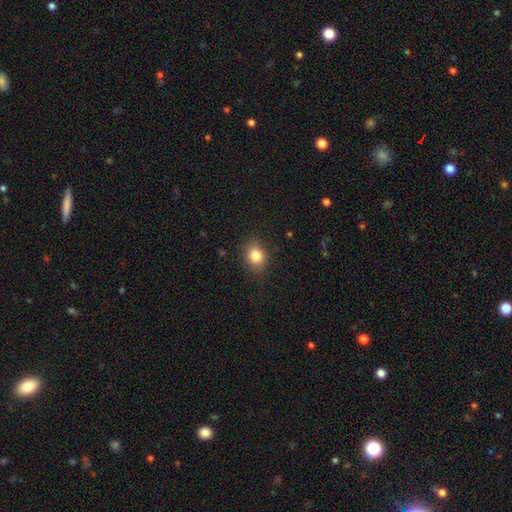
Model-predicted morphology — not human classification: This appears to be a smooth galaxy with no disk features (82%) that is round (53%). Merging: none (85%).